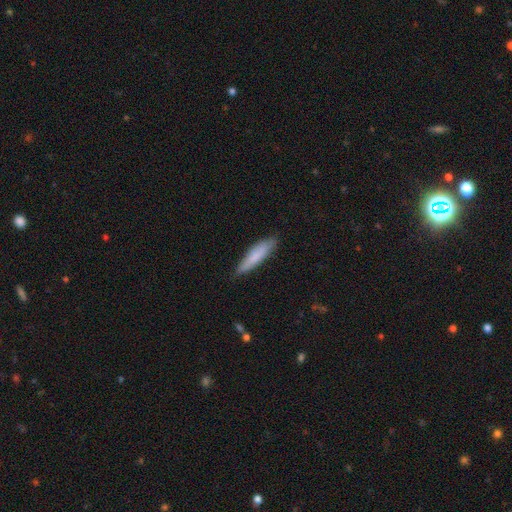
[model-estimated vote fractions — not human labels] smooth_or_featured: smooth (p=0.76) [alt: featured or disk p=0.18]
how_rounded: cigar-shaped (p=0.79) [alt: in between p=0.20]
merging: none (p=0.80) [alt: minor disturbance p=0.16]